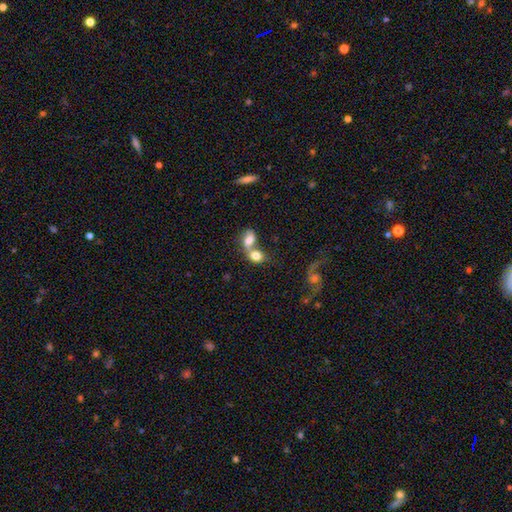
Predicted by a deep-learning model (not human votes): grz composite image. It shows a smooth galaxy with no disk features (71%) that is in between round and cigar-shaped (60%). Merging: merger (70%).